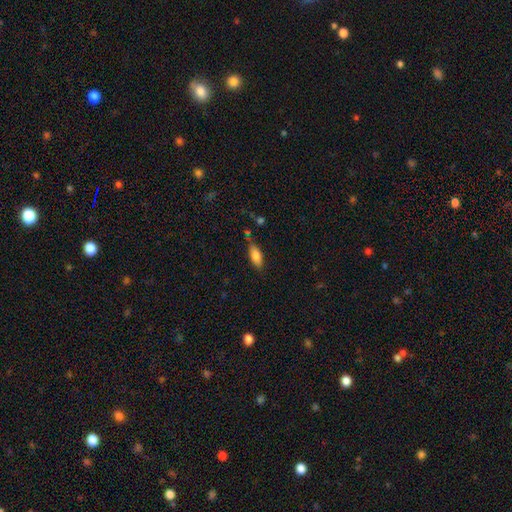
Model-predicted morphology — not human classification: This is clearly a smooth galaxy (83%). How rounded: likely in between (77%). Merging: likely none (67%).